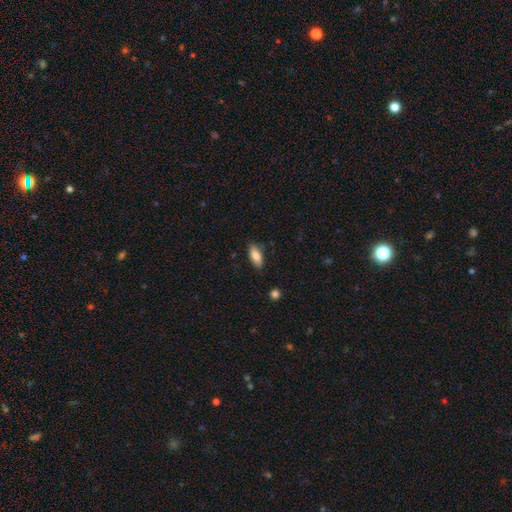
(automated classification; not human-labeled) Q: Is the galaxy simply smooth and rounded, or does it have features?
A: smooth — 82%.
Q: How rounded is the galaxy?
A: in between — 81%.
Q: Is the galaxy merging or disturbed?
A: none — 81%.